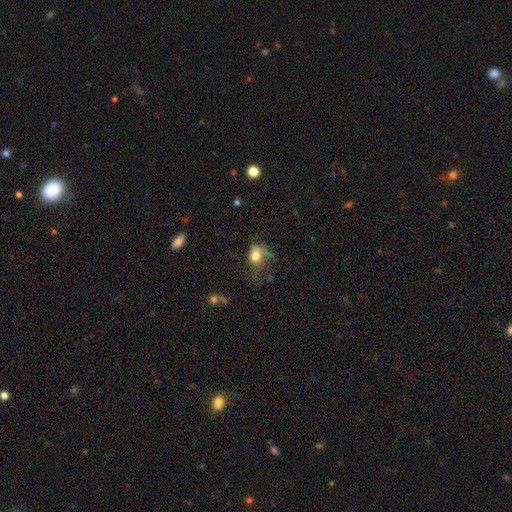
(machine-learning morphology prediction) smooth 73%, featured or disk 16%, star or artifact 11%. Down the decision tree: how rounded — in between (58%); merging — major disturbance (36%).